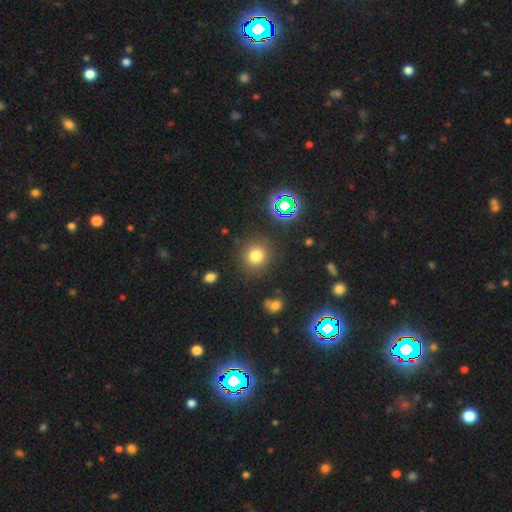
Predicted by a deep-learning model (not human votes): A smooth galaxy with no disk features (75%) that is round (91%).

Vote fractions:
- Smooth or featured? smooth: 75% / star or artifact: 18% / featured or disk: 7%
- How rounded? round: 91% / in between: 8% / cigar-shaped: 1%
- Merging? none: 86% / minor disturbance: 8% / major disturbance: 3% / merger: 3%